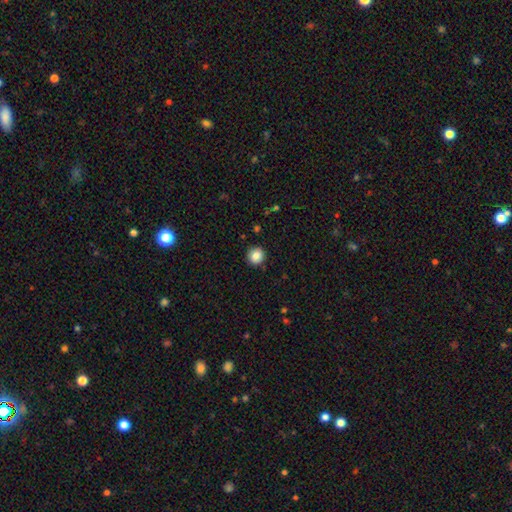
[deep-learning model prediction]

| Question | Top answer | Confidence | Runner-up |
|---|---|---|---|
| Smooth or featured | smooth | 86% | star or artifact (9%) |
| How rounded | round | 92% | in between (7%) |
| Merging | none | 91% | minor disturbance (6%) |